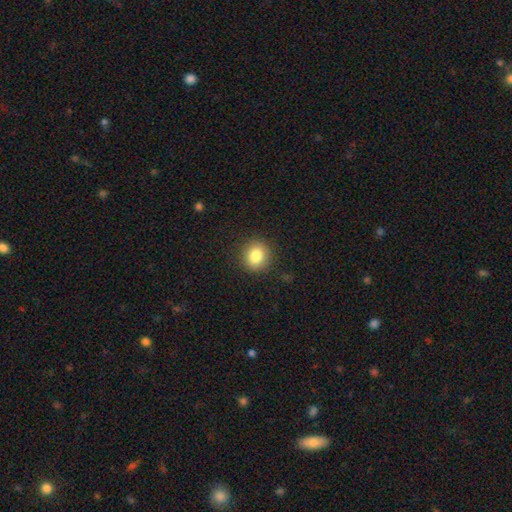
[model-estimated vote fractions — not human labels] Smooth or featured?
  - smooth: 84% *
  - star or artifact: 10%
  - featured or disk: 6%
How rounded?
  - round: 84% *
  - in between: 15%
  - cigar-shaped: 1%
Merging?
  - none: 89% *
  - minor disturbance: 7%
  - major disturbance: 2%
  - merger: 1%